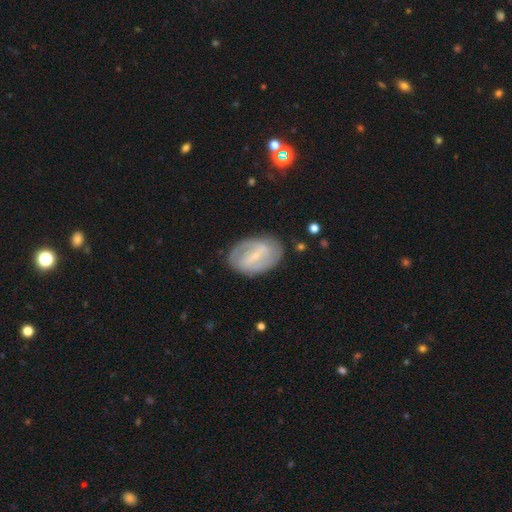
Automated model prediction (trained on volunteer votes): Smooth or featured? Predicted: featured or disk (p=0.74). Edge-on disk? Predicted: no (p=0.96). Bar? Predicted: strong (p=0.44). Spiral arms? Predicted: yes (p=0.79). Spiral winding? Predicted: medium (p=0.39). Spiral arm count? Predicted: 2 (p=0.76). Bulge size? Predicted: small (p=0.76). Merging? Predicted: none (p=0.79).